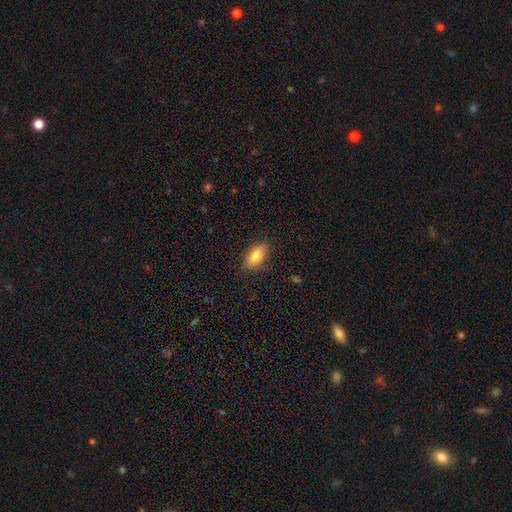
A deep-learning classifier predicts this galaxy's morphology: A smooth galaxy with no disk features (81%) that is in between round and cigar-shaped (87%).

Vote fractions:
- Smooth or featured? smooth: 81% / featured or disk: 12% / star or artifact: 7%
- How rounded? in between: 87% / cigar-shaped: 9% / round: 4%
- Merging? none: 82% / minor disturbance: 14% / major disturbance: 3% / merger: 1%